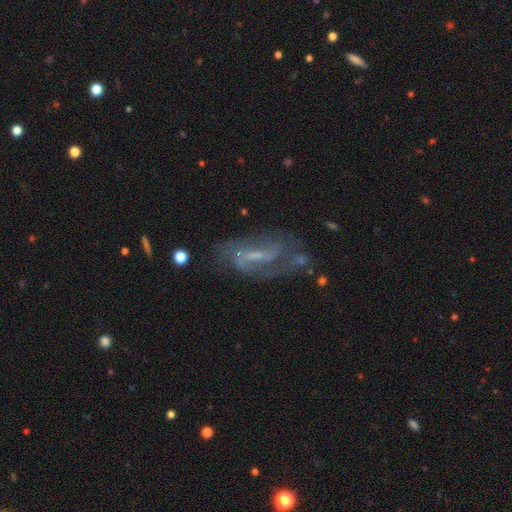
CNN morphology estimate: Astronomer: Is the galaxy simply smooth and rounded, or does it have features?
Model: featured or disk — 80%.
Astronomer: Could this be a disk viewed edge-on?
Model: no — 92%.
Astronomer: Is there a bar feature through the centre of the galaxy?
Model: weak — 49% (runner-up: strong, 30%).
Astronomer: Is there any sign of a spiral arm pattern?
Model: yes — 89%.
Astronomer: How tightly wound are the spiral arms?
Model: medium — 45% (runner-up: loose, 32%).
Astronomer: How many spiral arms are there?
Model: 2 — 68%.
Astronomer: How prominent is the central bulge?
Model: small — 56%.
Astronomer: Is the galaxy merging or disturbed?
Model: none — 61%.